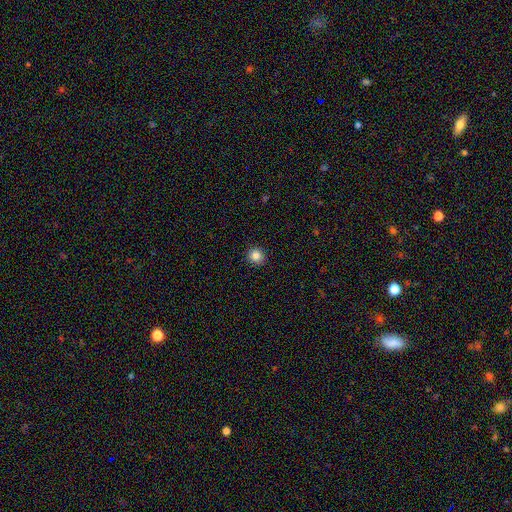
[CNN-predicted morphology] The model was most divided on "smooth or featured": smooth: 84%, star or artifact: 11%, featured or disk: 5%. More confident: merging — none (92%); how rounded — round (91%).